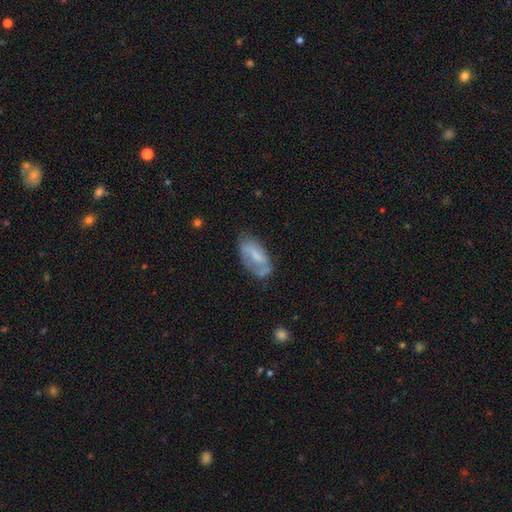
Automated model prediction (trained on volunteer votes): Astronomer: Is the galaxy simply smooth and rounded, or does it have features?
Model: smooth — 51% (runner-up: featured or disk, 41%).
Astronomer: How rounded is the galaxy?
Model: in between — 89%.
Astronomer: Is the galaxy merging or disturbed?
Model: none — 53% (runner-up: minor disturbance, 30%).